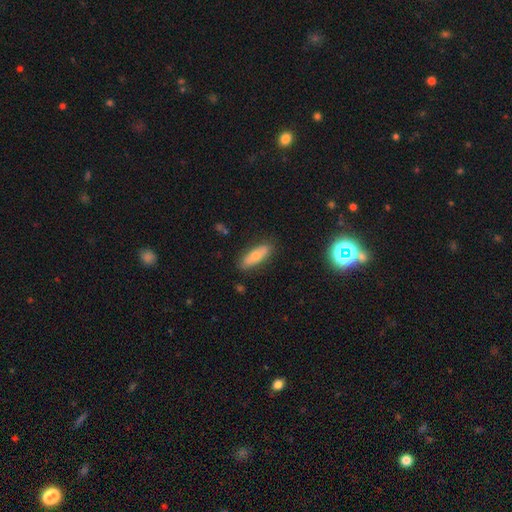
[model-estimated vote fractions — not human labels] Smooth or featured: smooth — 67% (featured or disk — 27%)
How rounded: in between — 63% (cigar-shaped — 35%)
Merging: none — 82% (minor disturbance — 13%)